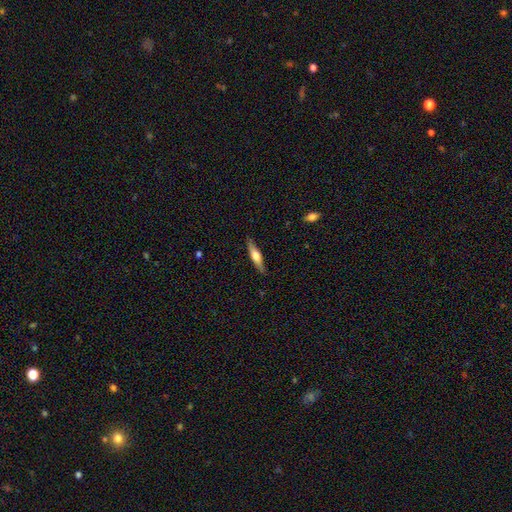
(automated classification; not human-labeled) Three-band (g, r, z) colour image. It shows a featured or disk galaxy (53%) viewed edge-on (95%) with a rounded central bulge (85%). Merging: none (88%).